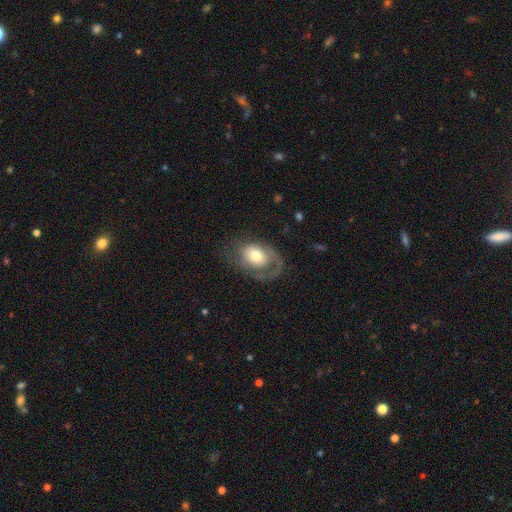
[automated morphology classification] Q: Smooth or featured?
A: featured or disk (54%); runner-up: smooth (39%)
Q: Edge-on disk?
A: no (95%); runner-up: yes (5%)
Q: Bar?
A: no (76%); runner-up: weak (20%)
Q: Spiral arms?
A: yes (74%); runner-up: no (26%)
Q: Bulge size?
A: moderate (59%); runner-up: large (24%)
Q: Merging?
A: none (50%); runner-up: major disturbance (26%)